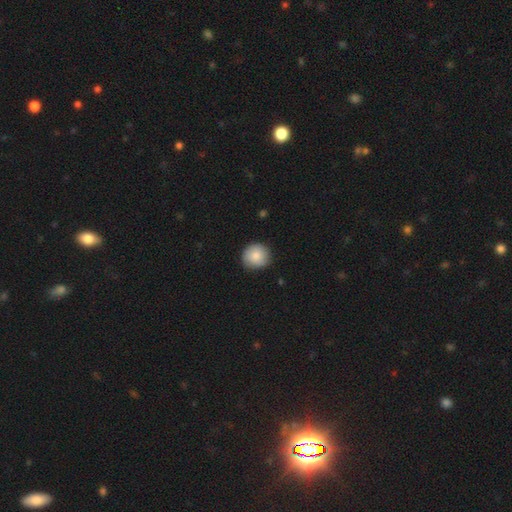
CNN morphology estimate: This appears to be a smooth galaxy with no disk features (83%) that is round (90%). Merging: none (83%).